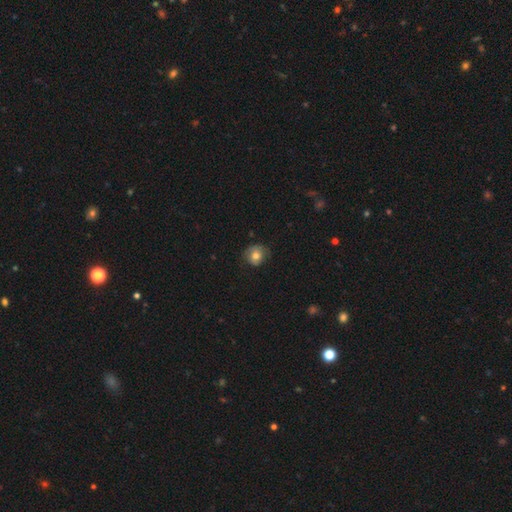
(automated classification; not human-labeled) This appears to be a smooth galaxy with no disk features (75%) that is round (81%). Merging: none (68%).